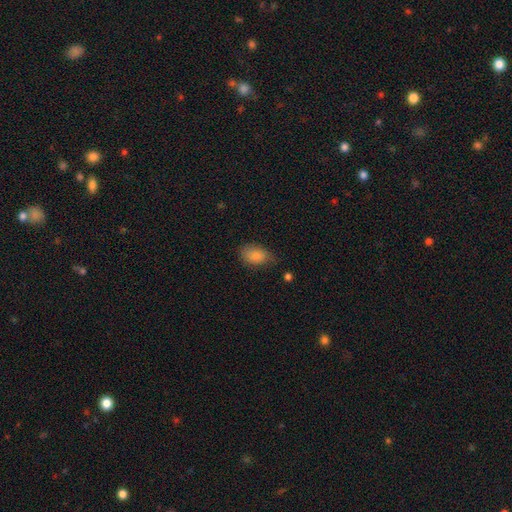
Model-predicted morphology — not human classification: A smooth galaxy with no disk features (85%) that is in between round and cigar-shaped (86%).

Vote fractions:
- Smooth or featured? smooth: 85% / star or artifact: 8% / featured or disk: 7%
- How rounded? in between: 86% / round: 12% / cigar-shaped: 2%
- Merging? none: 64% / minor disturbance: 28% / major disturbance: 6% / merger: 2%